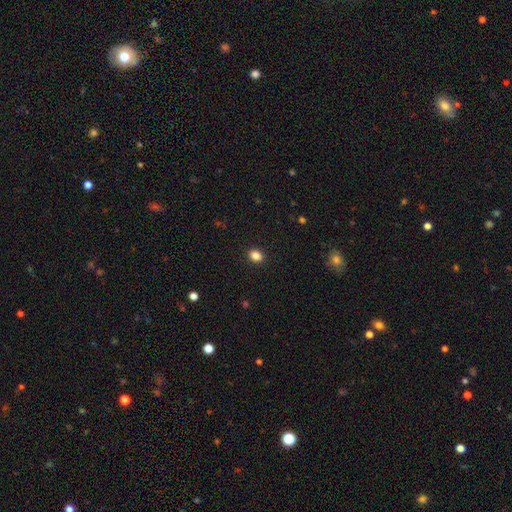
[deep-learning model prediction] Smooth or featured?
  - smooth: 85% *
  - star or artifact: 11%
  - featured or disk: 4%
How rounded?
  - in between: 62% *
  - round: 37%
  - cigar-shaped: 1%
Merging?
  - none: 91% *
  - minor disturbance: 6%
  - major disturbance: 2%
  - merger: 1%